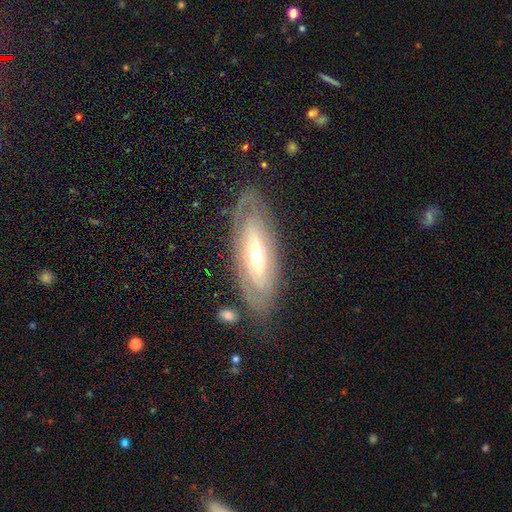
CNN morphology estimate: smooth-or-featured: featured or disk: 72% | smooth: 22% | star or artifact: 6%
  disk-edge-on: no: 82% | yes: 18%
    bar: no: 69% | weak: 20% | strong: 11%
    has-spiral-arms: yes: 65% | no: 35%
    bulge-size: small: 57% | moderate: 38% | large: 3% | dominant: 1% | none: 1%
  merging: none: 80% | minor disturbance: 13% | major disturbance: 5% | merger: 2%